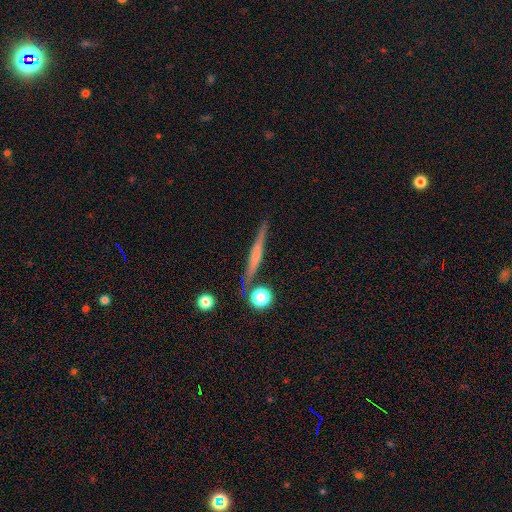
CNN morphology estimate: The model was most divided on "smooth or featured": featured or disk: 52%, smooth: 40%, star or artifact: 8%. More confident: edge-on disk — yes (96%); merging — none (83%).